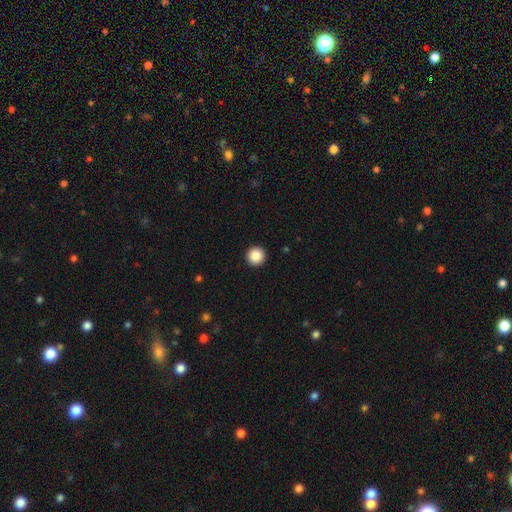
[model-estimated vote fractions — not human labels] Smooth or featured: smooth — 88% (star or artifact — 9%)
How rounded: round — 96% (in between — 3%)
Merging: none — 94% (minor disturbance — 4%)